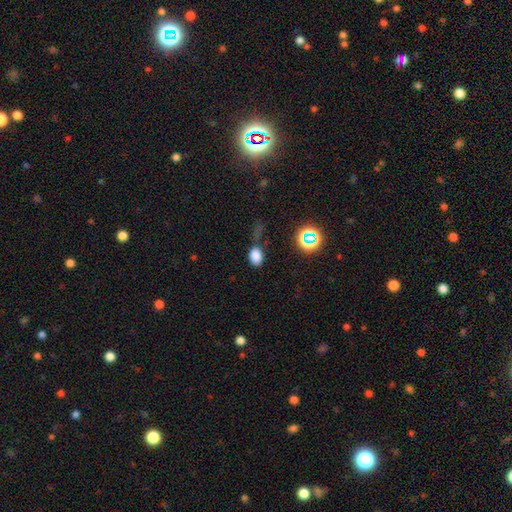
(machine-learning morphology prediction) smooth 77%, star or artifact 16%, featured or disk 6%. Down the decision tree: how rounded — in between (82%); merging — none (60%).